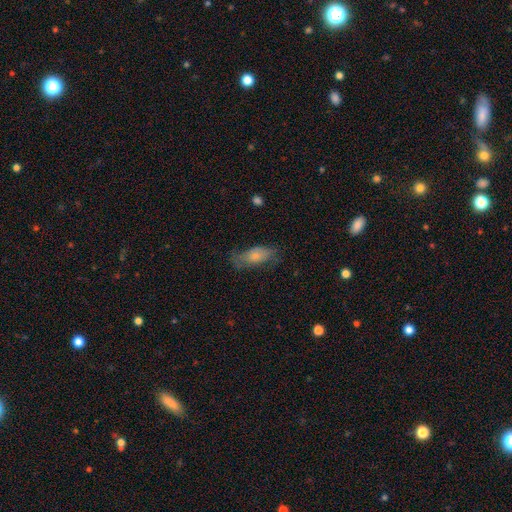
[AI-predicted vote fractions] This is likely a smooth galaxy (64%). How rounded: clearly in between (85%). Merging: possibly none (56%).